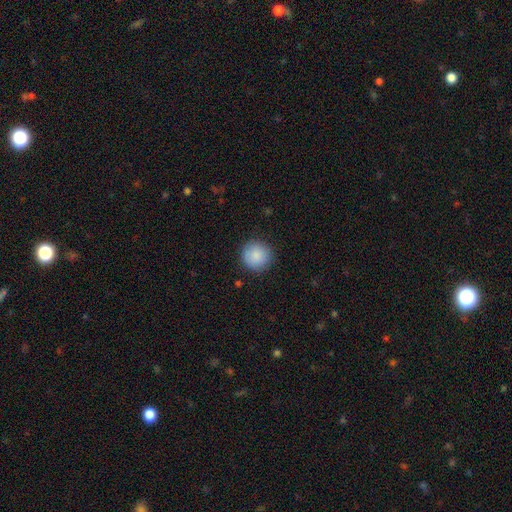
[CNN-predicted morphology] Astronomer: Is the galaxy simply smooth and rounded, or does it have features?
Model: smooth — 88%.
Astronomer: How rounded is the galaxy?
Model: round — 94%.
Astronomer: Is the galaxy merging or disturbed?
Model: none — 89%.